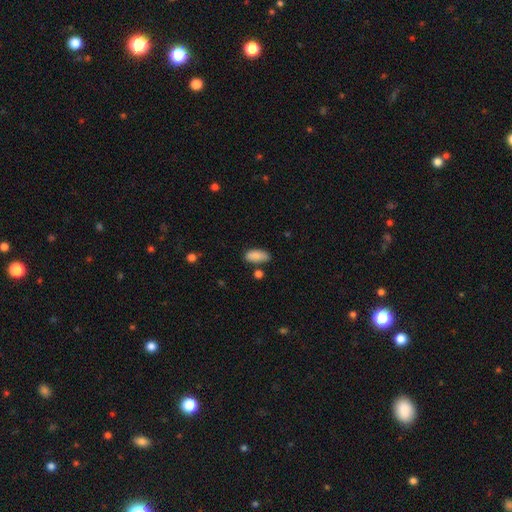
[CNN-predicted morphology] smooth_or_featured: smooth (p=0.88) [alt: star or artifact p=0.07]
how_rounded: in between (p=0.88) [alt: cigar-shaped p=0.10]
merging: none (p=0.72) [alt: minor disturbance p=0.18]